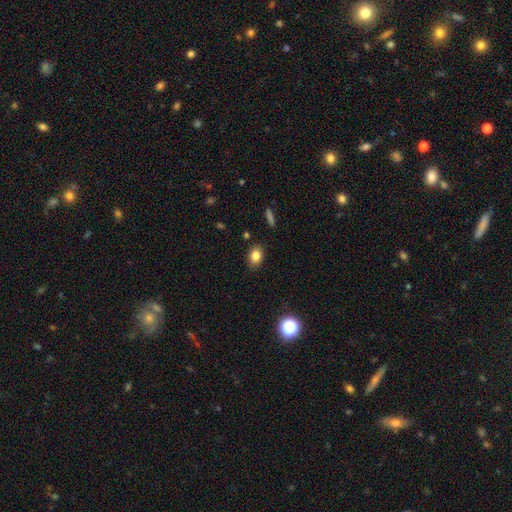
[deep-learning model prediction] Smooth or featured?
  - smooth: 82% *
  - star or artifact: 11%
  - featured or disk: 7%
How rounded?
  - in between: 71% *
  - round: 27%
  - cigar-shaped: 2%
Merging?
  - none: 86% *
  - minor disturbance: 10%
  - major disturbance: 2%
  - merger: 2%